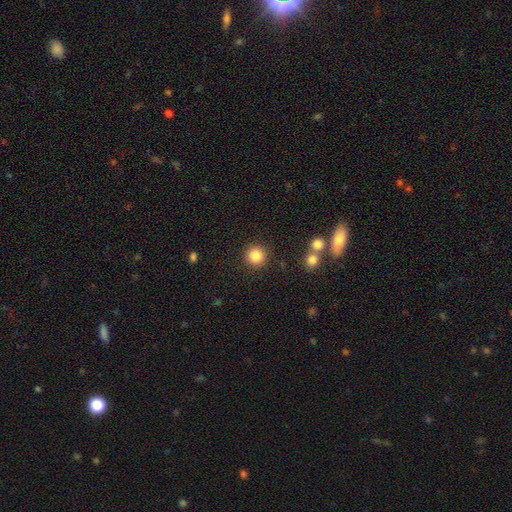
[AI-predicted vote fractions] Smooth or featured?
  - smooth: 85% *
  - star or artifact: 10%
  - featured or disk: 5%
How rounded?
  - round: 94% *
  - in between: 5%
  - cigar-shaped: 1%
Merging?
  - none: 89% *
  - minor disturbance: 6%
  - merger: 3%
  - major disturbance: 2%